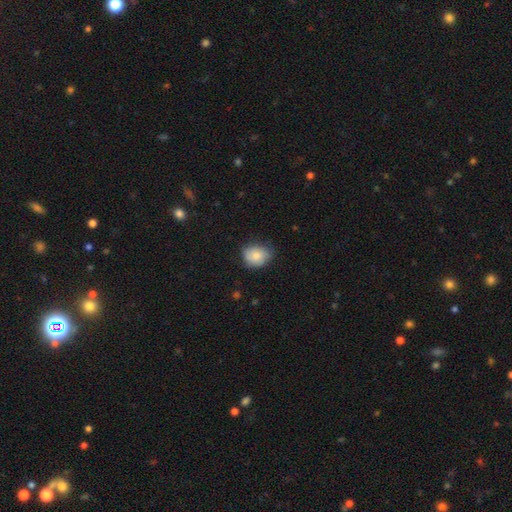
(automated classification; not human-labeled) Overall: smooth (81%). How rounded: round (50%; in between 49%). Merging: none (63%; minor disturbance 30%).